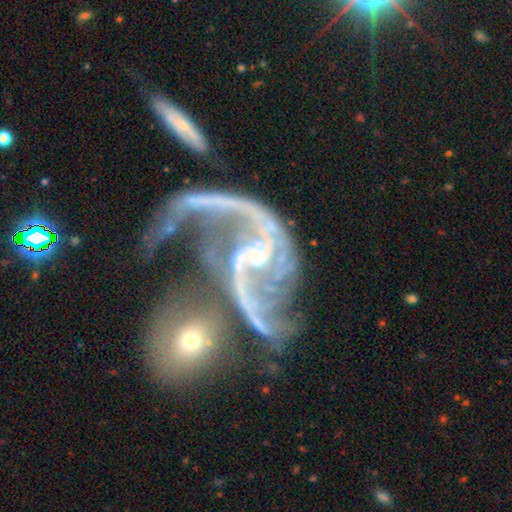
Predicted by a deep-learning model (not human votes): smooth-or-featured: featured or disk: 90% | star or artifact: 7% | smooth: 4%
  disk-edge-on: no: 97% | yes: 3%
    bar: no: 40% | weak: 36% | strong: 24%
    has-spiral-arms: yes: 96% | no: 4%
      spiral-winding: loose: 65% | medium: 27% | tight: 8%
      spiral-arm-count: 2: 80% | can't tell: 5% | 1: 5% | 3: 4% | 4: 3% | more than 4: 3%
    bulge-size: small: 70% | moderate: 24% | none: 4% | large: 2% | dominant: 1%
  merging: merger: 35% | major disturbance: 28% | none: 23% | minor disturbance: 14%